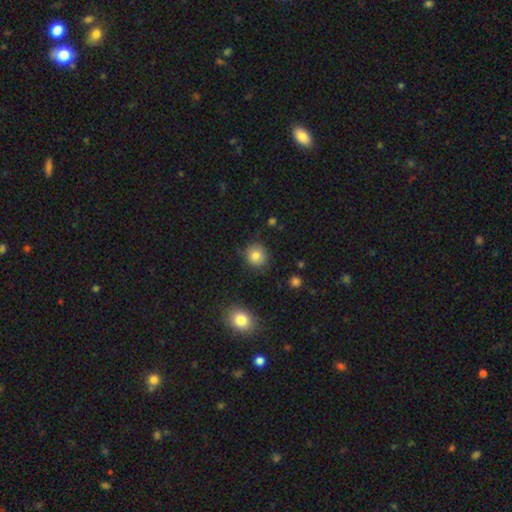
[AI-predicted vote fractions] This is clearly a smooth galaxy (83%). How rounded: clearly round (88%). Merging: clearly none (85%).